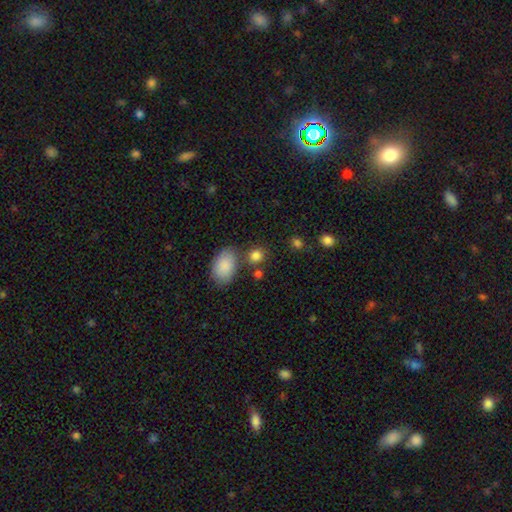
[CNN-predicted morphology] A smooth galaxy with no disk features (85%) that is round (69%).

Vote fractions:
- Smooth or featured? smooth: 85% / star or artifact: 10% / featured or disk: 5%
- How rounded? round: 69% / in between: 30% / cigar-shaped: 1%
- Merging? none: 70% / merger: 14% / minor disturbance: 12% / major disturbance: 4%